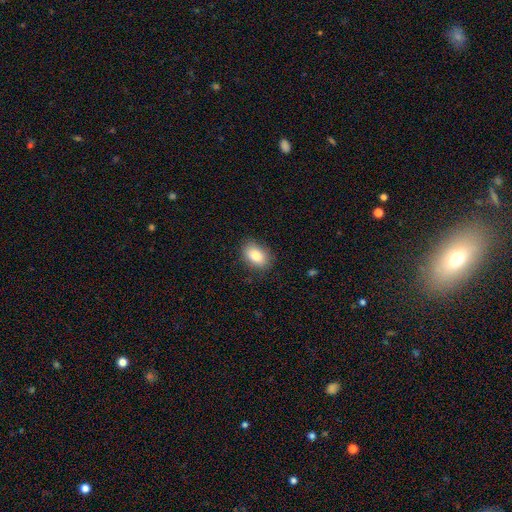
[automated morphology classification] Smooth or featured: smooth — 81% (featured or disk — 10%)
How rounded: in between — 83% (round — 16%)
Merging: none — 85% (minor disturbance — 11%)